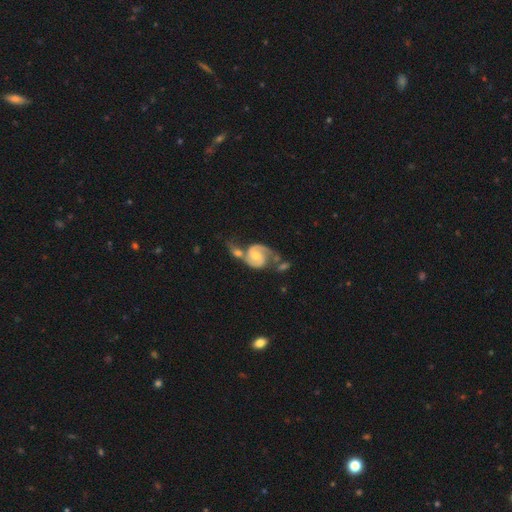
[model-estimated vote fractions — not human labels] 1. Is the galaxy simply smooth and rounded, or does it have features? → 85% featured or disk, 9% smooth, 5% star or artifact.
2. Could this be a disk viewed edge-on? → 98% no, 2% yes.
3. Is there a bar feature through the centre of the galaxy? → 60% no, 32% weak, 7% strong.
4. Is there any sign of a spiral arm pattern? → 96% yes, 4% no.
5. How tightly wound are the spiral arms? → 49% medium, 33% tight, 18% loose.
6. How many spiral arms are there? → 84% 2, 8% 1, 5% can't tell, 2% 3, 1% 4, 1% more than 4.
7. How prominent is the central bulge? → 53% moderate, 41% small, 3% large, 3% none, 1% dominant.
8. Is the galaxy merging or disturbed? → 44% merger, 29% none, 15% minor disturbance, 12% major disturbance.